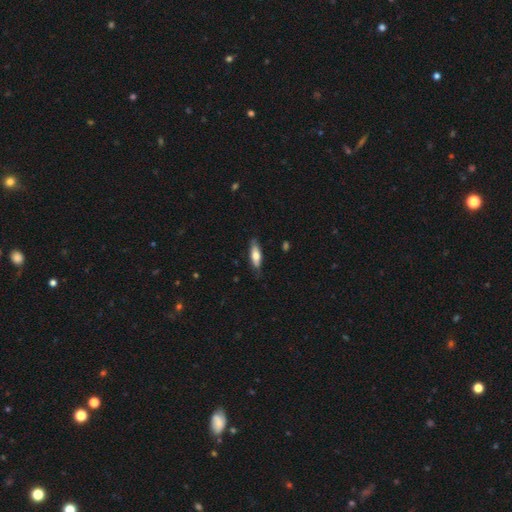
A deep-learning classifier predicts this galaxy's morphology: This is likely a smooth galaxy (63%). How rounded: possibly cigar-shaped (49%). Merging: likely none (79%).